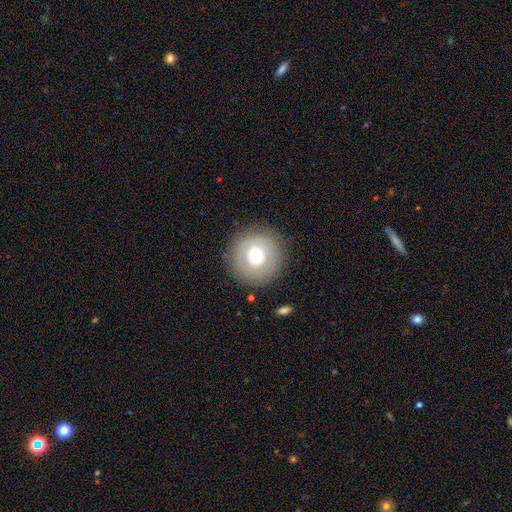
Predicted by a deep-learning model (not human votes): smooth 66%, featured or disk 22%, star or artifact 12%. Down the decision tree: how rounded — round (96%); merging — none (87%).